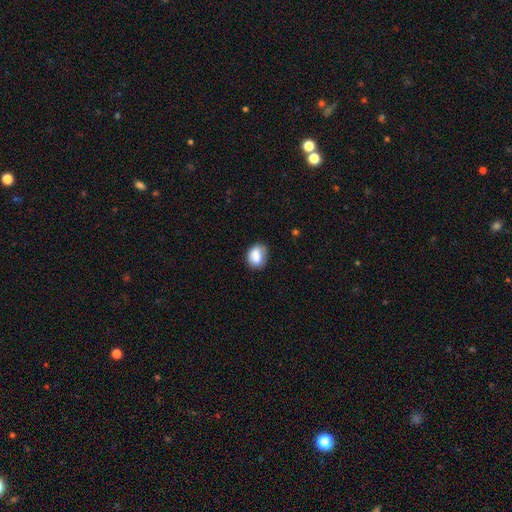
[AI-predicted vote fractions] Q: Smooth or featured?
A: smooth (82%); runner-up: featured or disk (9%)
Q: How rounded?
A: in between (53%); runner-up: round (45%)
Q: Merging?
A: none (63%); runner-up: minor disturbance (26%)